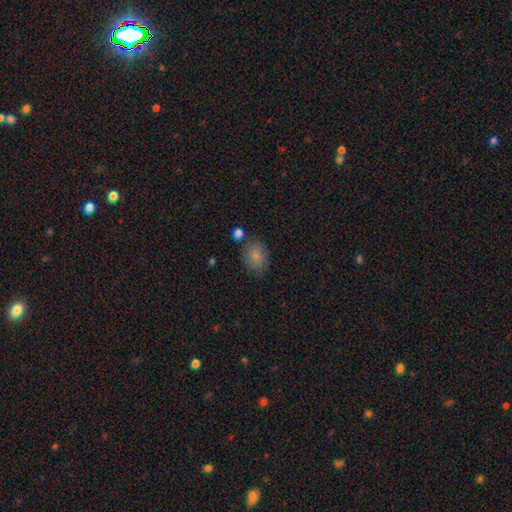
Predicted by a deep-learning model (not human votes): A smooth galaxy with no disk features (84%) that is in between round and cigar-shaped (71%).

Vote fractions:
- Smooth or featured? smooth: 84% / star or artifact: 8% / featured or disk: 8%
- How rounded? in between: 71% / round: 28% / cigar-shaped: 1%
- Merging? none: 74% / minor disturbance: 17% / merger: 5% / major disturbance: 4%